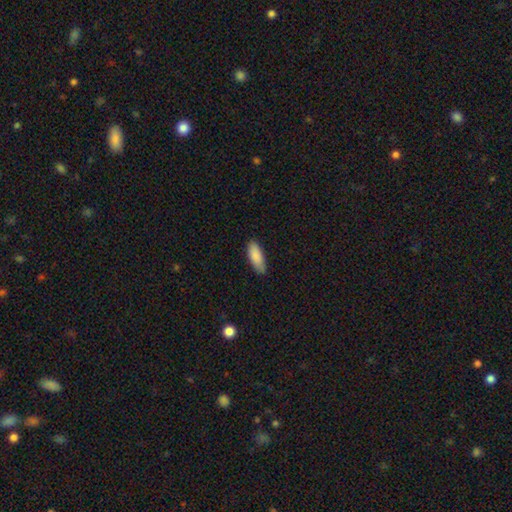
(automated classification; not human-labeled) Smooth or featured: smooth — 89% (star or artifact — 6%)
How rounded: in between — 75% (cigar-shaped — 23%)
Merging: none — 82% (minor disturbance — 15%)